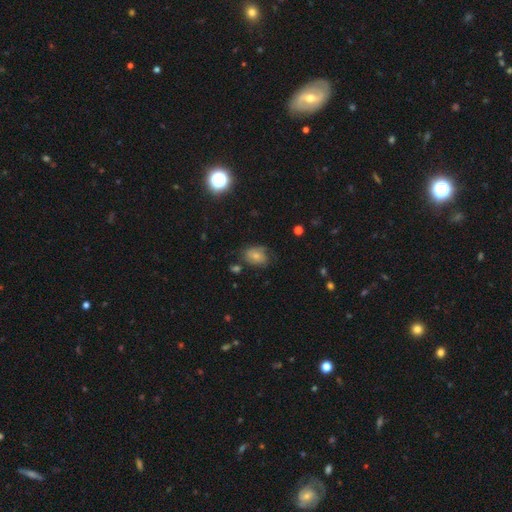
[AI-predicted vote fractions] A smooth galaxy with no disk features (50%) that is in between round and cigar-shaped (67%).

Vote fractions:
- Smooth or featured? smooth: 50% / featured or disk: 37% / star or artifact: 13%
- How rounded? in between: 67% / round: 31% / cigar-shaped: 1%
- Merging? none: 55% / minor disturbance: 28% / major disturbance: 13% / merger: 3%